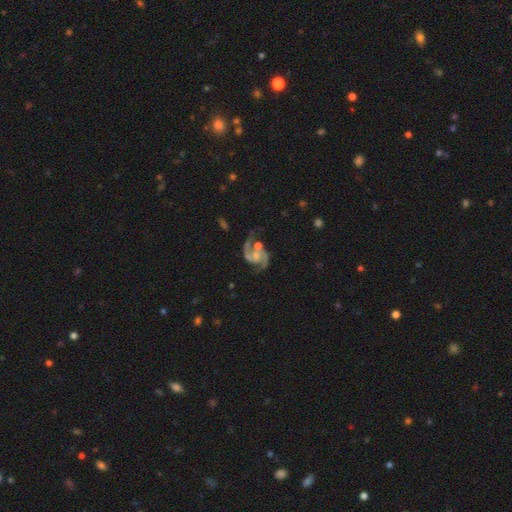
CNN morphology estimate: featured or disk 91%, star or artifact 5%, smooth 4%. Down the decision tree: edge-on disk — no (98%); bar — no (55%); spiral arms — yes (97%); spiral arm count — 2 (92%); spiral winding — medium (58%); bulge size — small (44%); merging — none (52%).